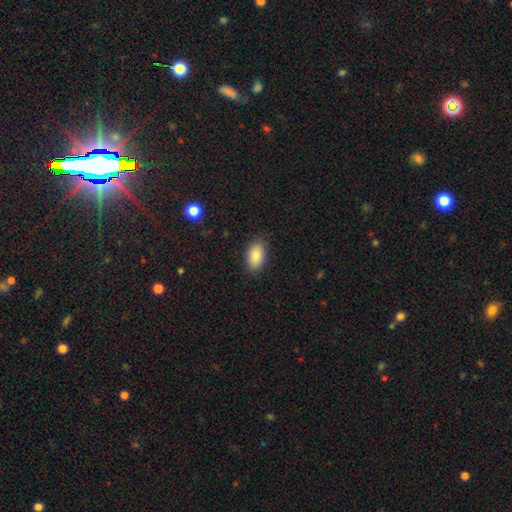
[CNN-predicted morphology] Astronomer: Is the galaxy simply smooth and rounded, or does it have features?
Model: smooth — 87%.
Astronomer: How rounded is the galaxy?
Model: in between — 93%.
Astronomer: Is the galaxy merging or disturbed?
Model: none — 86%.